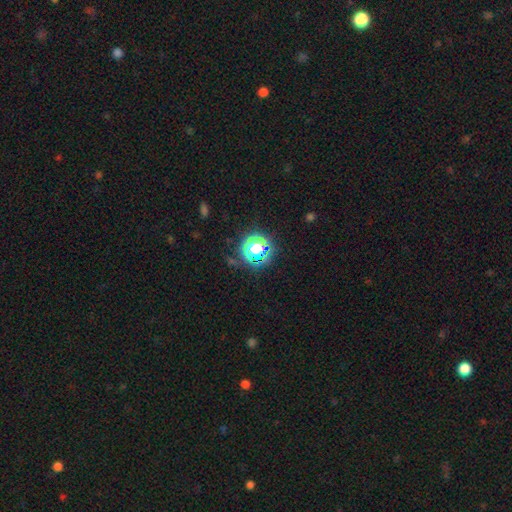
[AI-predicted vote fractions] smooth-or-featured: star or artifact: 75% | smooth: 18% | featured or disk: 7%